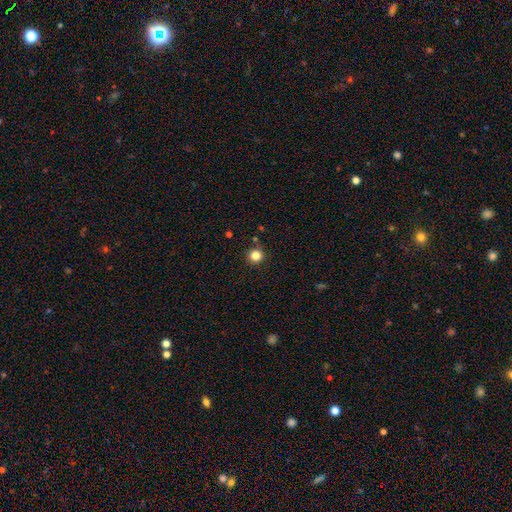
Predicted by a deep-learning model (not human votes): This appears to be a smooth galaxy with no disk features (83%) that is round (94%). Merging: none (88%).